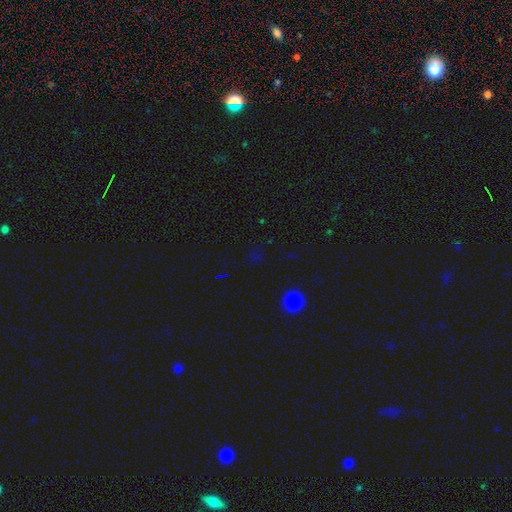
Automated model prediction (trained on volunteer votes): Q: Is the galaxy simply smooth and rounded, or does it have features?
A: star or artifact — 59%.